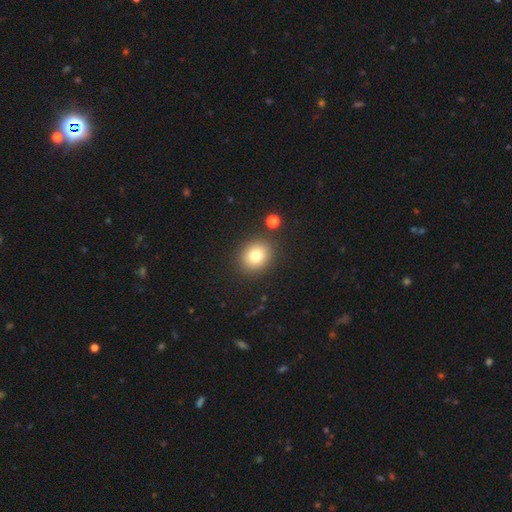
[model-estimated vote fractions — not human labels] Smooth or featured? smooth (79%)
How rounded? round (71%)
Merging? none (87%)